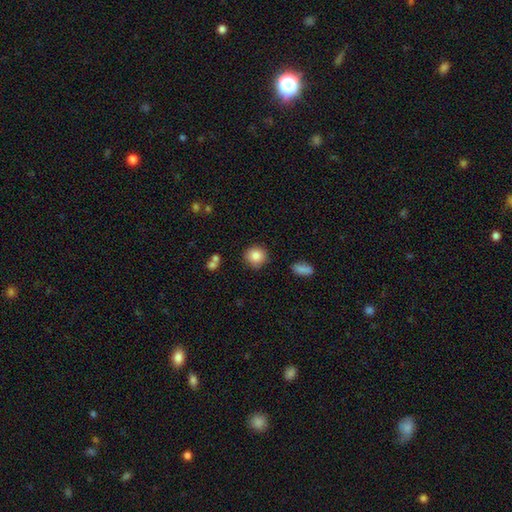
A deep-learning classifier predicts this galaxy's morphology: smooth 83%, star or artifact 9%, featured or disk 7%. Down the decision tree: how rounded — round (89%); merging — none (83%).